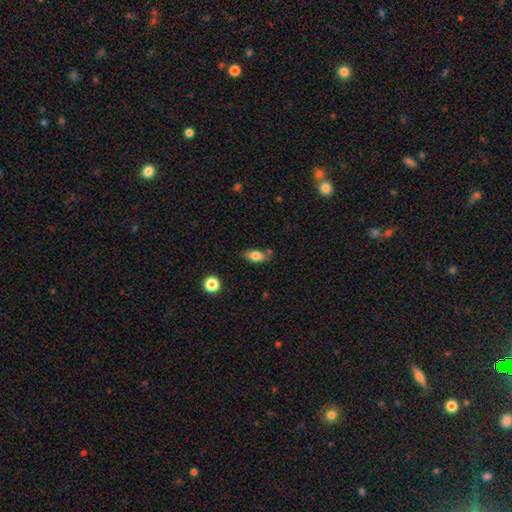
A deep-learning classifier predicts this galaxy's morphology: Smooth or featured? smooth (78%)
How rounded? in between (86%)
Merging? none (71%)